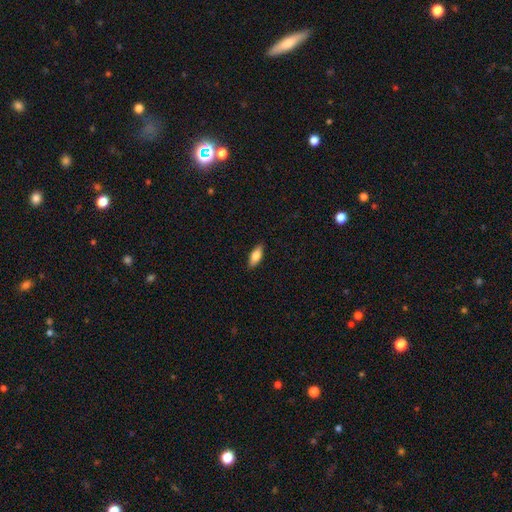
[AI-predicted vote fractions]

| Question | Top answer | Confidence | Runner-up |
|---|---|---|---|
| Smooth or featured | smooth | 78% | featured or disk (16%) |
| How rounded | in between | 76% | cigar-shaped (21%) |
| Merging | none | 87% | minor disturbance (10%) |